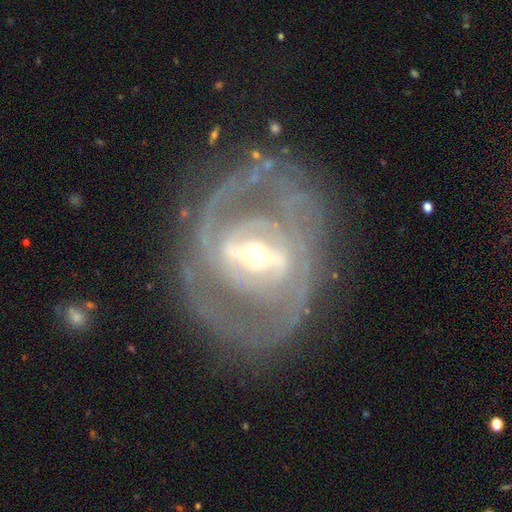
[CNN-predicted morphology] Smooth or featured: featured or disk — 88% (smooth — 6%)
Edge-on disk: no — 95% (yes — 5%)
Bar: strong — 64% (weak — 27%)
Spiral arms: yes — 89% (no — 11%)
Spiral winding: tight — 54% (medium — 35%)
Spiral arm count: 2 — 58% (can't tell — 20%)
Bulge size: moderate — 56% (small — 35%)
Merging: none — 74% (minor disturbance — 14%)